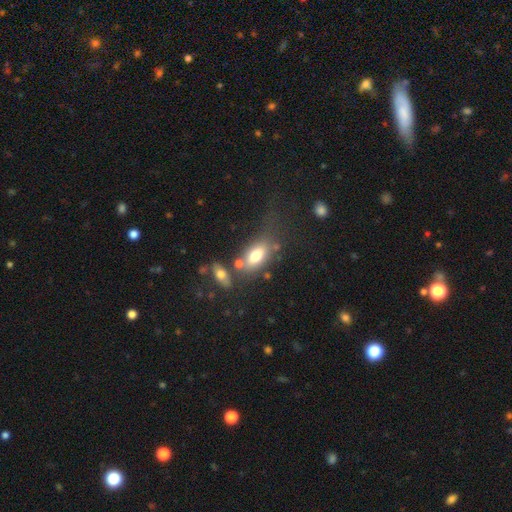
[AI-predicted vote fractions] smooth 73%, featured or disk 19%, star or artifact 9%. Down the decision tree: how rounded — in between (86%); merging — none (52%).